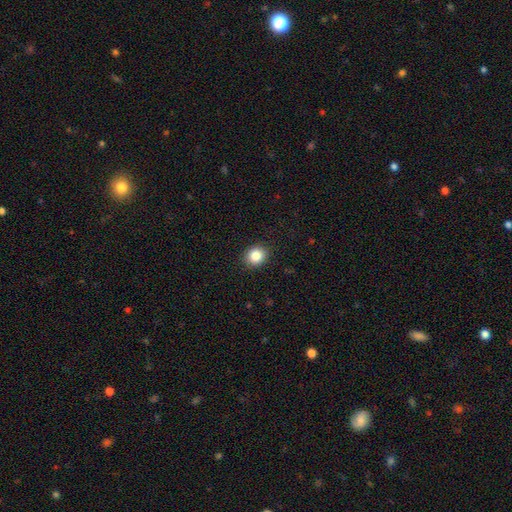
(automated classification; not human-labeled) smooth_or_featured: smooth (p=0.85) [alt: star or artifact p=0.10]
how_rounded: round (p=0.70) [alt: in between p=0.29]
merging: none (p=0.90) [alt: minor disturbance p=0.07]